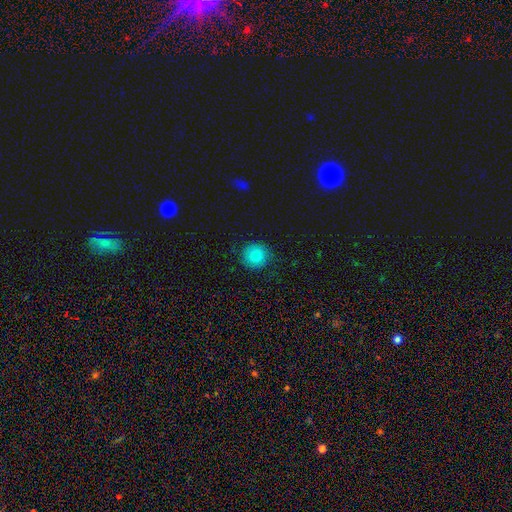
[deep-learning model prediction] Smooth or featured?
  - smooth: 81% *
  - star or artifact: 10%
  - featured or disk: 9%
How rounded?
  - round: 93% *
  - in between: 7%
  - cigar-shaped: 1%
Merging?
  - none: 83% *
  - minor disturbance: 13%
  - major disturbance: 4%
  - merger: 1%